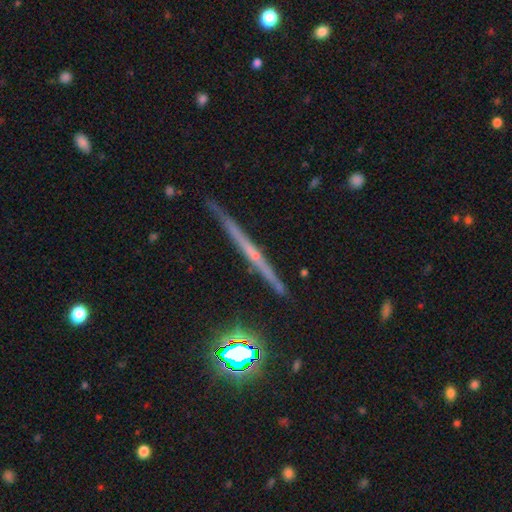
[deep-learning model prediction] A featured or disk galaxy (68%) viewed edge-on (98%) with no central bulge (56%). Merging: none (88%).